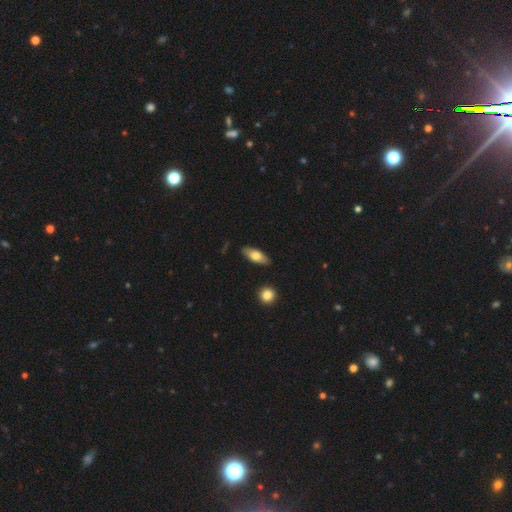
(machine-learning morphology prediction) Overall: smooth (71%). How rounded: in between (79%). Merging: none (83%).